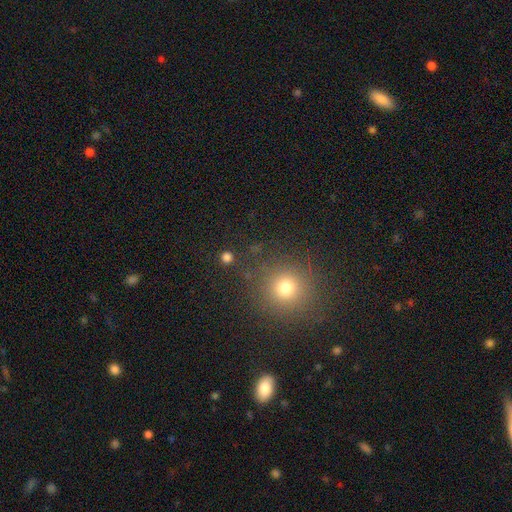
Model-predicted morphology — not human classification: This appears to be a smooth galaxy with no disk features (65%) that is round (92%). Merging: none (88%).